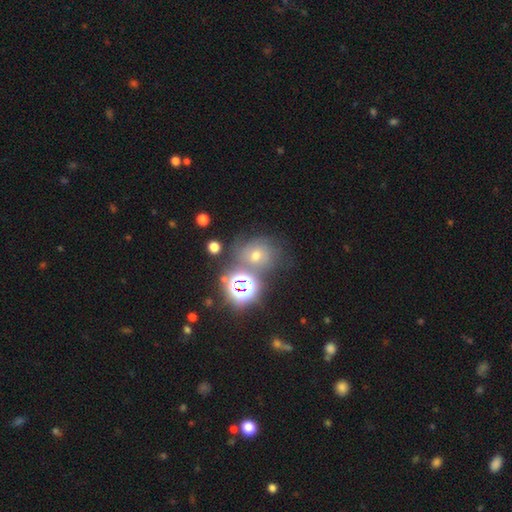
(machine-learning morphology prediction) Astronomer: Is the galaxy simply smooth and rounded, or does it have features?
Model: smooth — 41% (runner-up: star or artifact, 38%).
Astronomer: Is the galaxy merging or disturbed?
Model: none — 60%.